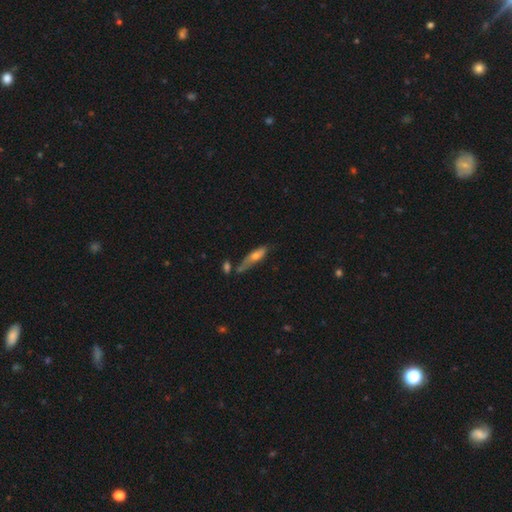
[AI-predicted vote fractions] Overall: smooth (47%; featured or disk 44%). Merging: none (58%; minor disturbance 22%).